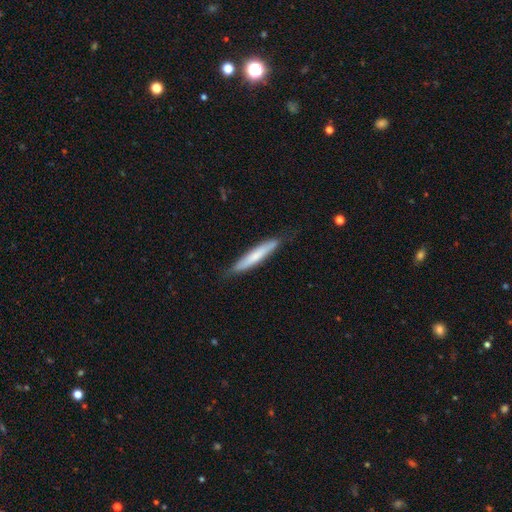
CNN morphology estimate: This is likely a smooth galaxy (65%). How rounded: clearly cigar-shaped (93%). Merging: clearly none (80%).